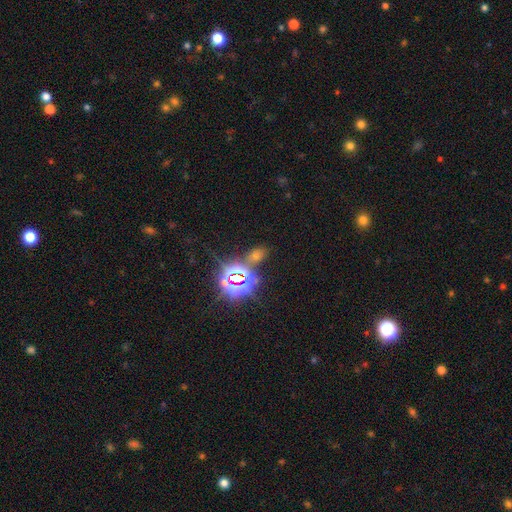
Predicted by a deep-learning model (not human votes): Q: Smooth or featured?
A: star or artifact (65%); runner-up: smooth (26%)